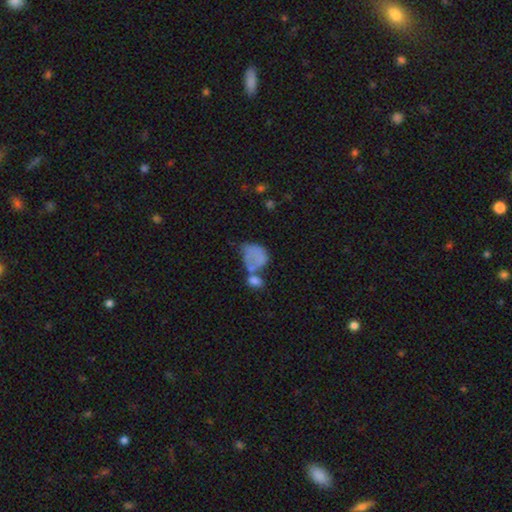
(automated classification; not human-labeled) A smooth galaxy with no disk features (63%) that is in between round and cigar-shaped (68%).

Vote fractions:
- Smooth or featured? smooth: 63% / featured or disk: 26% / star or artifact: 11%
- How rounded? in between: 68% / round: 31% / cigar-shaped: 2%
- Merging? merger: 40% / major disturbance: 27% / none: 18% / minor disturbance: 16%